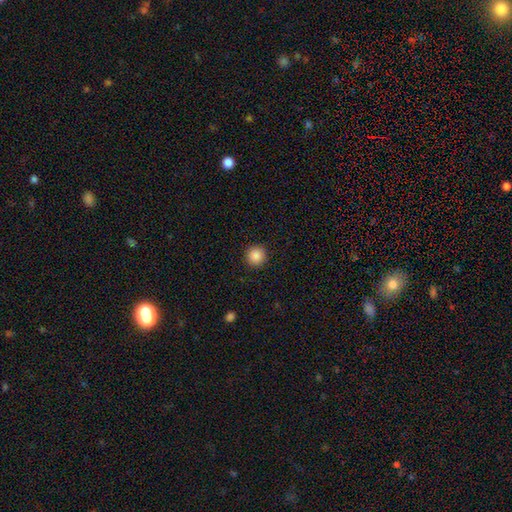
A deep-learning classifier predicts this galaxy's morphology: type=smooth (87%); roundness=round (95%); merging=none (92%).